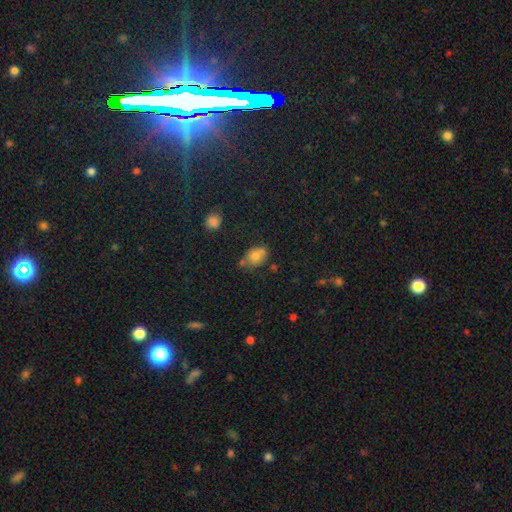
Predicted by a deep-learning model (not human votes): This is likely a smooth galaxy (72%). How rounded: likely in between (73%). Merging: possibly none (59%).